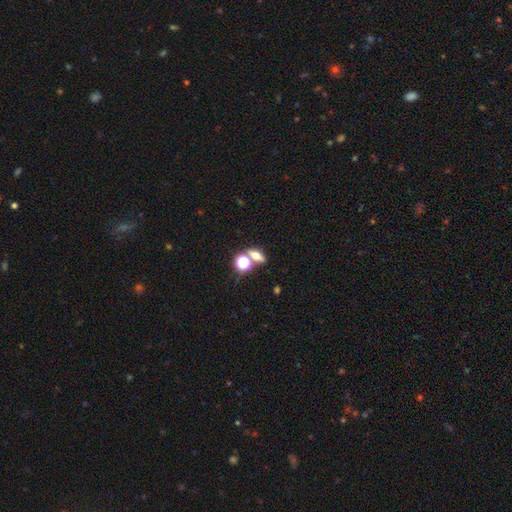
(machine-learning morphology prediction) Overall: smooth (50%; featured or disk 28%). Merging: none (66%).